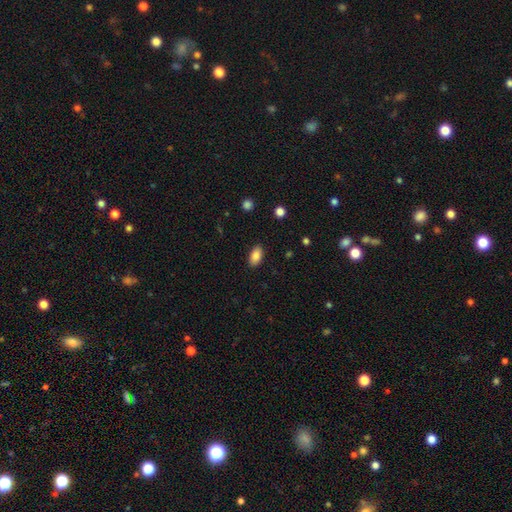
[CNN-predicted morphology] Smooth or featured? smooth (86%)
How rounded? in between (93%)
Merging? none (88%)